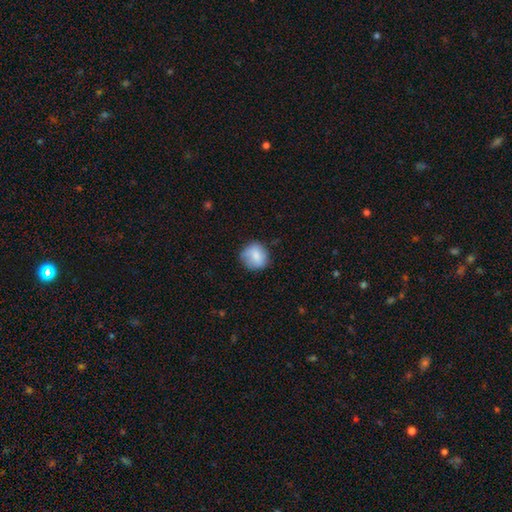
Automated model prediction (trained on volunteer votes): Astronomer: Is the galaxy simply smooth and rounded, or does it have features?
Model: smooth — 77%.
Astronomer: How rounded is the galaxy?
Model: round — 86%.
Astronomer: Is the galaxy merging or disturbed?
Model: none — 74%.